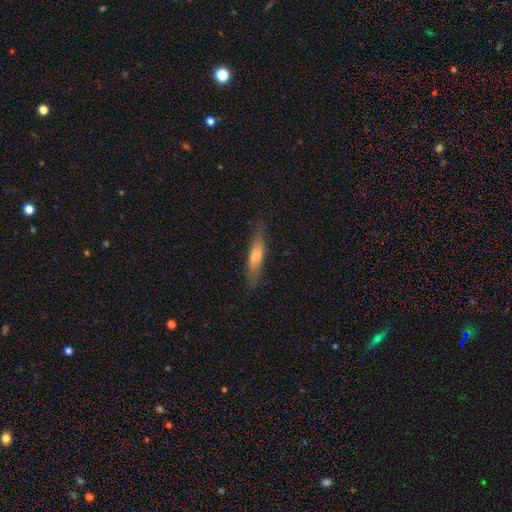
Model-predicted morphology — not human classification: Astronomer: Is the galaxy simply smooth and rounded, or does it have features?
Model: smooth — 67%.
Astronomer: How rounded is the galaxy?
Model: cigar-shaped — 73%.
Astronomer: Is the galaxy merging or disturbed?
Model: none — 77%.